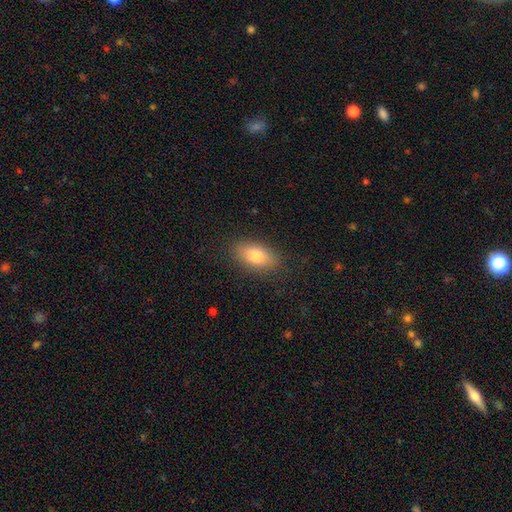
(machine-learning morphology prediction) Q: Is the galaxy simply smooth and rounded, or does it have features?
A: smooth — 78%.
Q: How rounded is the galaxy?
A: in between — 88%.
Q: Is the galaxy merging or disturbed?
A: none — 86%.